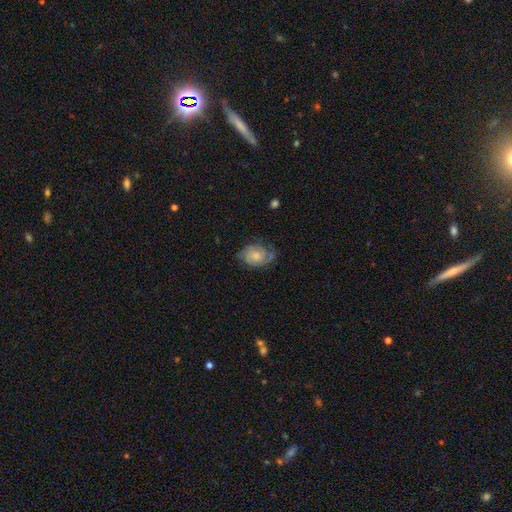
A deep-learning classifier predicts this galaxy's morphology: featured or disk 50%, smooth 42%, star or artifact 7%. Down the decision tree: edge-on disk — no (96%); merging — none (60%).